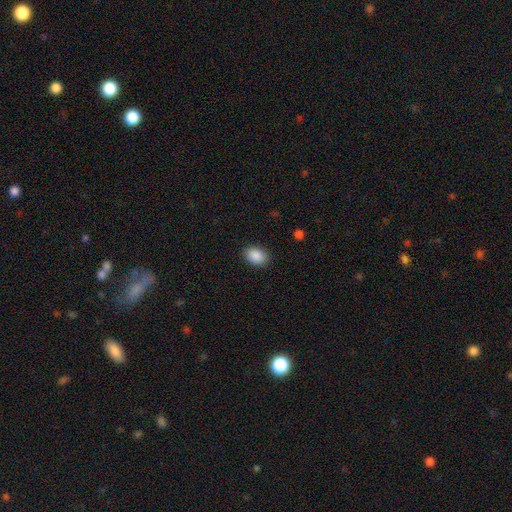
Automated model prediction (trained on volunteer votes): Overall: smooth (89%). How rounded: in between (80%). Merging: none (88%).